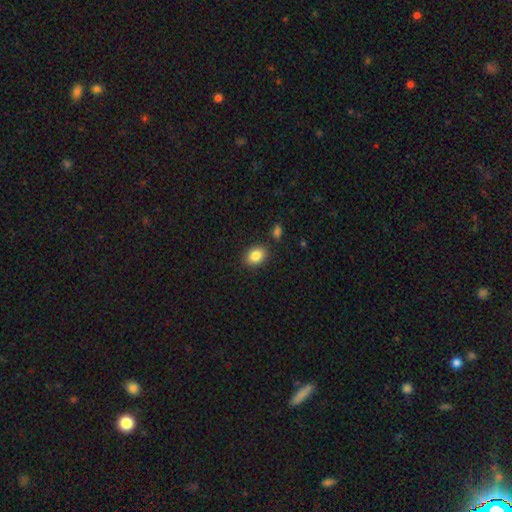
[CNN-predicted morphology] Smooth or featured?
  - smooth: 85% *
  - star or artifact: 8%
  - featured or disk: 6%
How rounded?
  - in between: 65% *
  - round: 34%
  - cigar-shaped: 1%
Merging?
  - none: 86% *
  - minor disturbance: 9%
  - merger: 3%
  - major disturbance: 2%